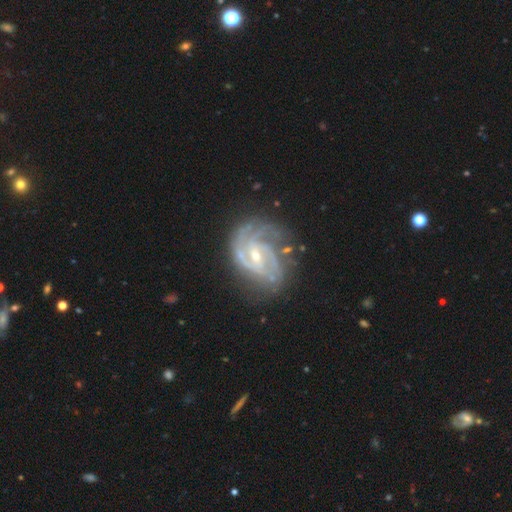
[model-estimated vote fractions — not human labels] A featured or disk galaxy (92%) with a weak bar (52%), 2 (35%) tight (51%) spiral arms (98%) and a small central bulge (65%). Merging: none (66%).